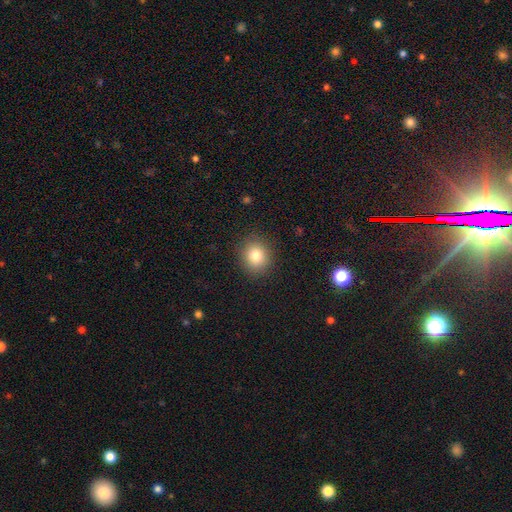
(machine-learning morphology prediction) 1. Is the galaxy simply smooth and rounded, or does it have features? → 80% smooth, 12% star or artifact, 8% featured or disk.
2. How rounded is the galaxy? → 81% round, 18% in between, 1% cigar-shaped.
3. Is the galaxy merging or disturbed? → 89% none, 7% minor disturbance, 3% major disturbance, 1% merger.